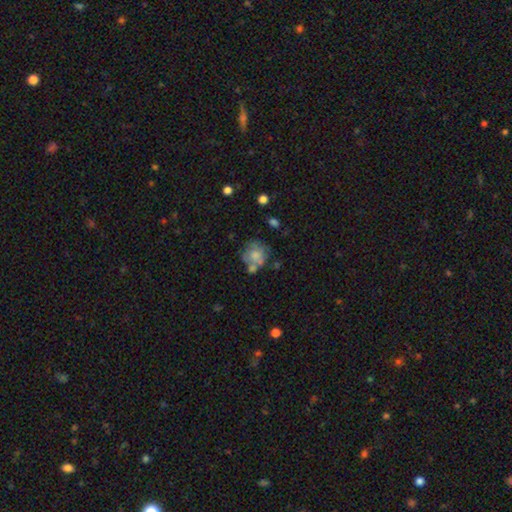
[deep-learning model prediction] Smooth or featured?
  - smooth: 61% *
  - featured or disk: 30%
  - star or artifact: 9%
How rounded?
  - round: 78% *
  - in between: 21%
  - cigar-shaped: 1%
Merging?
  - none: 44% *
  - merger: 24%
  - minor disturbance: 21%
  - major disturbance: 12%